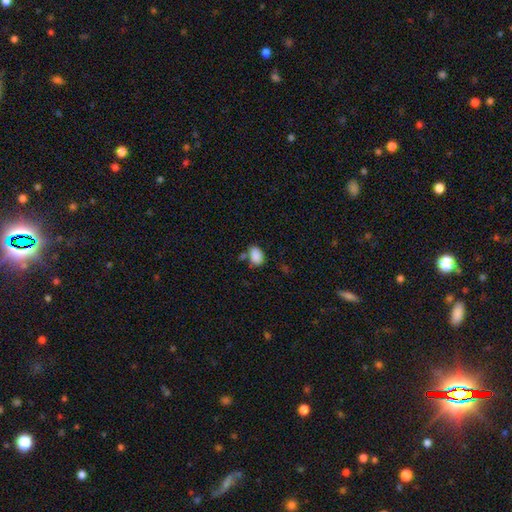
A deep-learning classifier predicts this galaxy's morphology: type=smooth (87%); roundness=in between (84%); merging=none (59%).